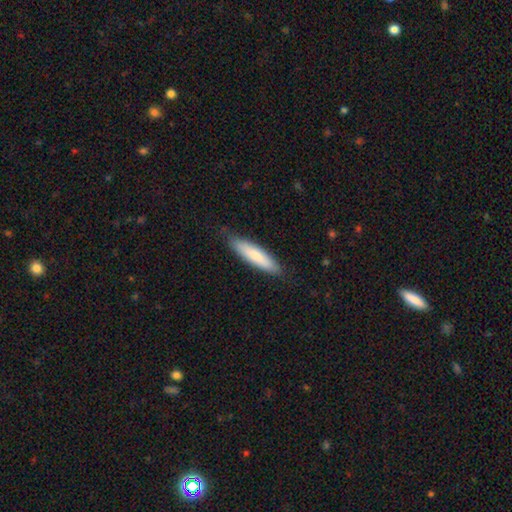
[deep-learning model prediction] This is likely a smooth galaxy (77%). How rounded: likely cigar-shaped (76%). Merging: clearly none (83%).